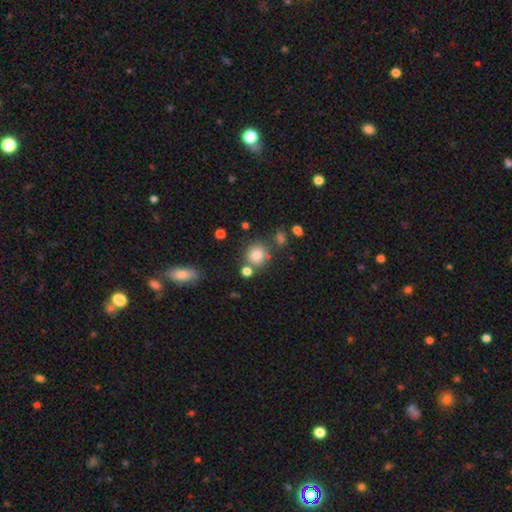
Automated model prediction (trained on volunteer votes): A smooth galaxy with no disk features (81%) that is round (86%).

Vote fractions:
- Smooth or featured? smooth: 81% / star or artifact: 11% / featured or disk: 8%
- How rounded? round: 86% / in between: 13% / cigar-shaped: 1%
- Merging? none: 70% / merger: 14% / minor disturbance: 12% / major disturbance: 5%